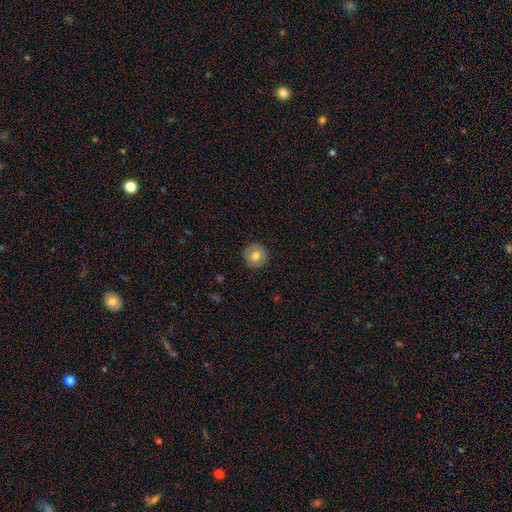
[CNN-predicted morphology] A smooth galaxy with no disk features (77%) that is round (95%).

Vote fractions:
- Smooth or featured? smooth: 77% / featured or disk: 15% / star or artifact: 8%
- How rounded? round: 95% / in between: 4% / cigar-shaped: 1%
- Merging? none: 91% / minor disturbance: 6% / major disturbance: 2% / merger: 1%